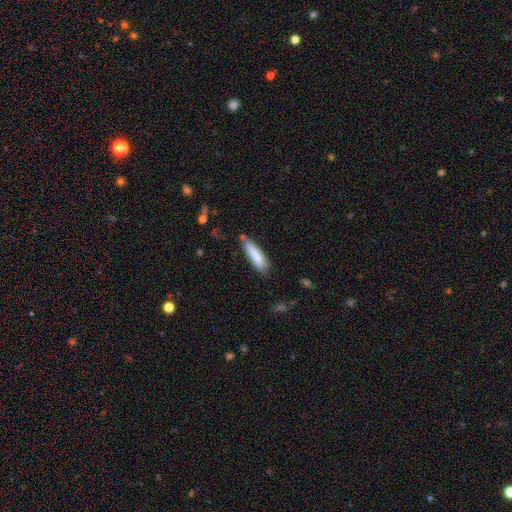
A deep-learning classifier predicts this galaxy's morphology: A smooth galaxy with no disk features (82%) that is cigar-shaped (74%).

Vote fractions:
- Smooth or featured? smooth: 82% / featured or disk: 12% / star or artifact: 6%
- How rounded? cigar-shaped: 74% / in between: 25% / round: 1%
- Merging? none: 69% / minor disturbance: 23% / merger: 4% / major disturbance: 4%